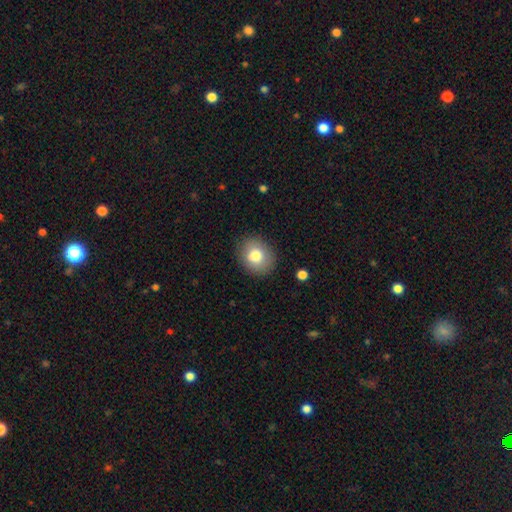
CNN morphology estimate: Smooth or featured? smooth (79%)
How rounded? round (61%)
Merging? none (85%)